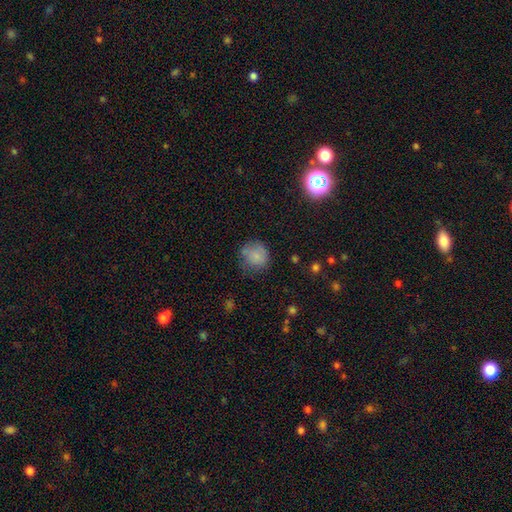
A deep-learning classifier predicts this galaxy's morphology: Smooth or featured: smooth — 79% (featured or disk — 11%)
How rounded: round — 85% (in between — 14%)
Merging: none — 63% (minor disturbance — 24%)